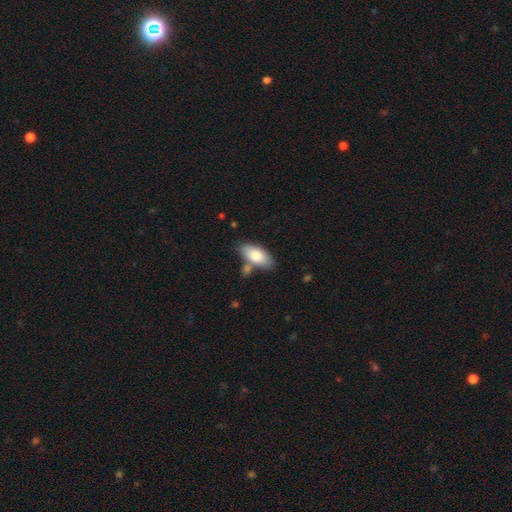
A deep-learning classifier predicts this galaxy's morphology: Smooth or featured: smooth — 79% (featured or disk — 15%)
How rounded: in between — 89% (cigar-shaped — 9%)
Merging: none — 68% (minor disturbance — 14%)